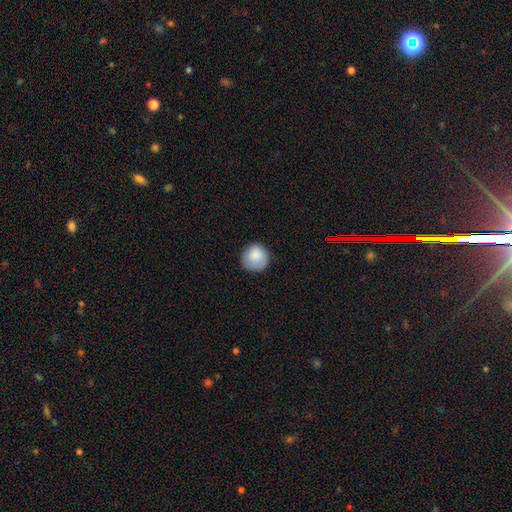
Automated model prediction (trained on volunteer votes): This is clearly a smooth galaxy (87%). How rounded: clearly round (92%). Merging: likely none (80%).